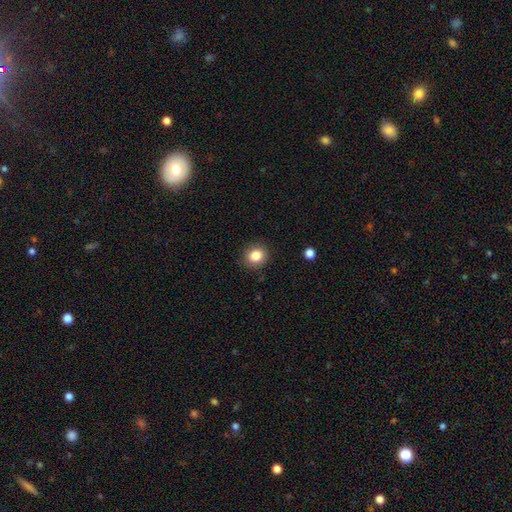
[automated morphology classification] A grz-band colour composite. It shows a smooth galaxy with no disk features (84%) that is round (83%). Merging: none (89%).